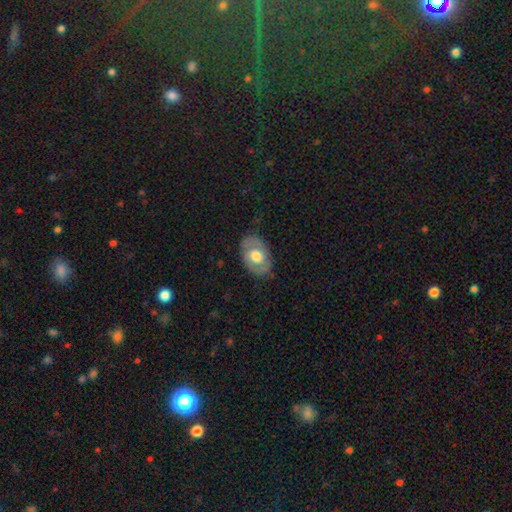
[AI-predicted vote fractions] Overall: featured or disk (48%; smooth 46%). Merging: none (80%).